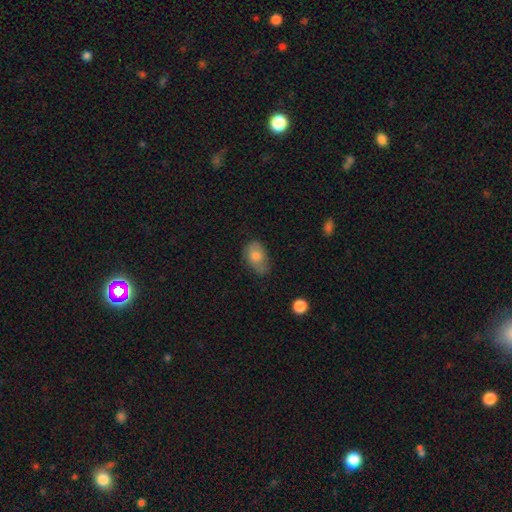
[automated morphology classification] This is likely a smooth galaxy (75%). How rounded: clearly in between (85%). Merging: possibly none (57%).